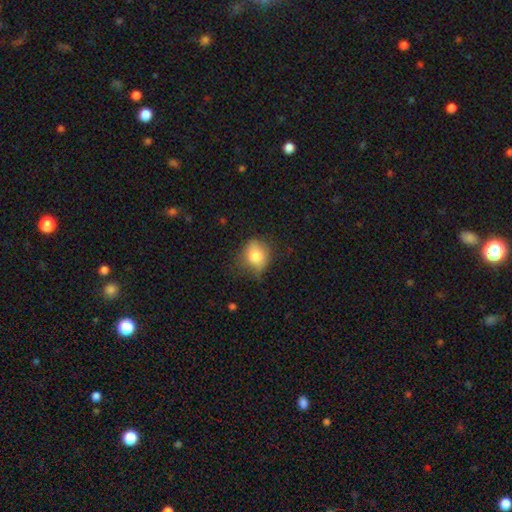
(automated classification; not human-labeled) The model was most divided on "how rounded": round: 59%, in between: 40%, cigar-shaped: 1%. More confident: smooth or featured — smooth (77%); merging — none (57%).